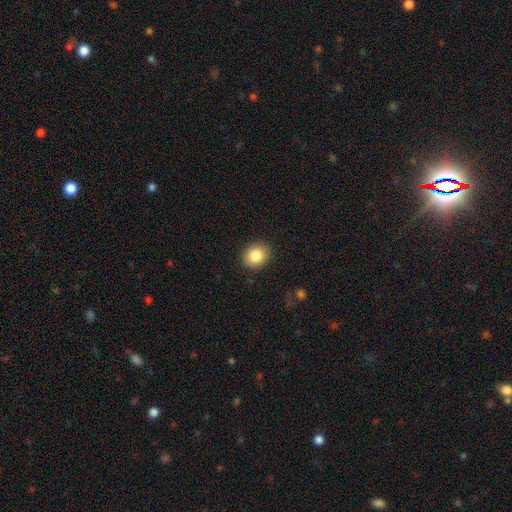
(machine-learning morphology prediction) The model was most divided on "how rounded": round: 63%, in between: 36%, cigar-shaped: 1%. More confident: merging — none (89%); smooth or featured — smooth (85%).